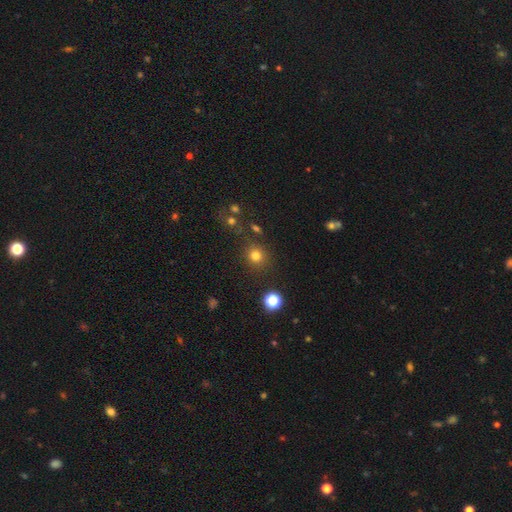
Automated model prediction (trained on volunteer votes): The model was most divided on "smooth or featured": smooth: 77%, star or artifact: 17%, featured or disk: 6%. More confident: how rounded — round (88%); merging — none (82%).